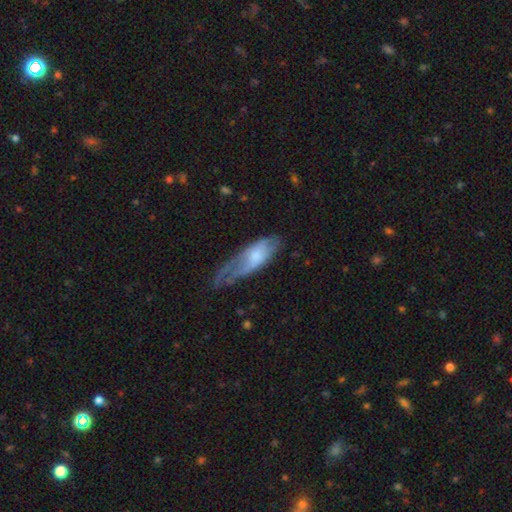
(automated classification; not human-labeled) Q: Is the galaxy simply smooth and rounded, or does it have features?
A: smooth — 47%, tied with featured or disk.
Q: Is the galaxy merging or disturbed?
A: minor disturbance — 34%.